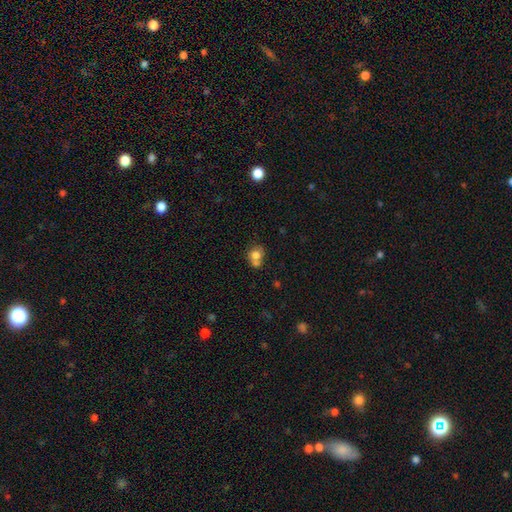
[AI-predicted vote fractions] smooth_or_featured: smooth (p=0.75) [alt: featured or disk p=0.14]
how_rounded: round (p=0.73) [alt: in between p=0.26]
merging: merger (p=0.46) [alt: none p=0.38]